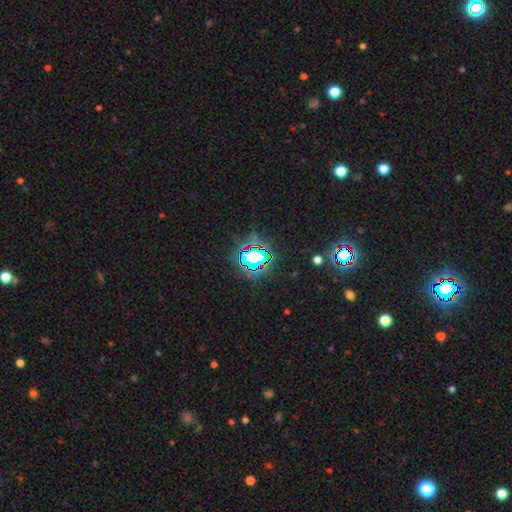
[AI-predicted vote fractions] This is likely a star or artifact rather than a galaxy (69%).